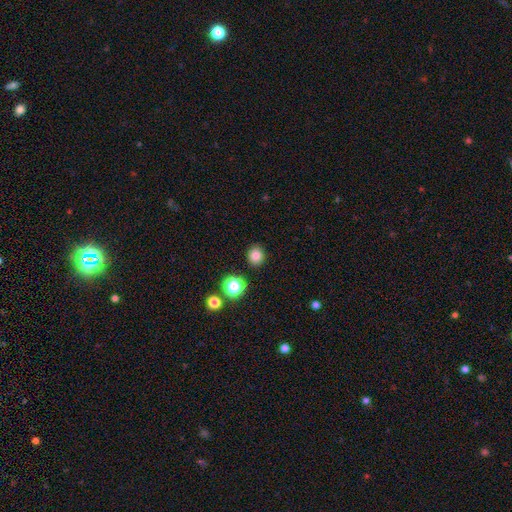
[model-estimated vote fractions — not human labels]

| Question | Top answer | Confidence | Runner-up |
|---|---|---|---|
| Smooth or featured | smooth | 82% | star or artifact (14%) |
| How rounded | round | 84% | in between (15%) |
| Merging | none | 90% | minor disturbance (6%) |